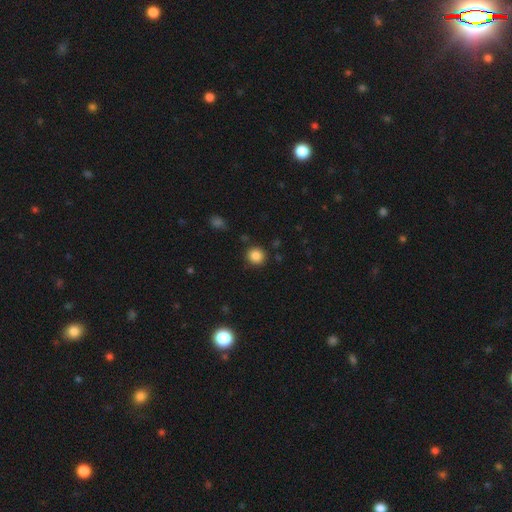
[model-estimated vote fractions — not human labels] Smooth or featured? Predicted: smooth (p=0.85). How rounded? Predicted: round (p=0.91). Merging? Predicted: none (p=0.87).